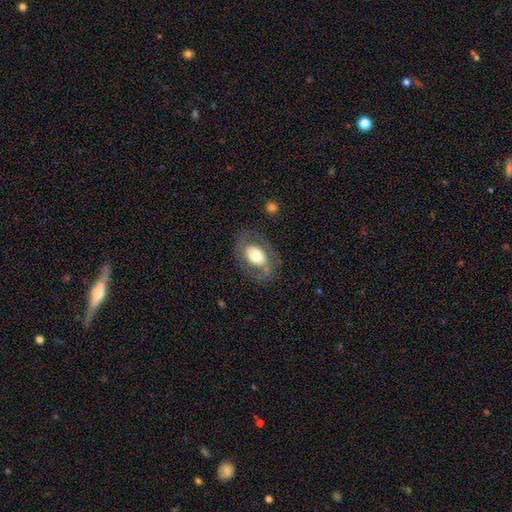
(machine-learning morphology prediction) A smooth galaxy with no disk features (55%) that is in between round and cigar-shaped (82%).

Vote fractions:
- Smooth or featured? smooth: 55% / featured or disk: 38% / star or artifact: 7%
- How rounded? in between: 82% / round: 17% / cigar-shaped: 1%
- Merging? none: 75% / minor disturbance: 15% / major disturbance: 9% / merger: 1%